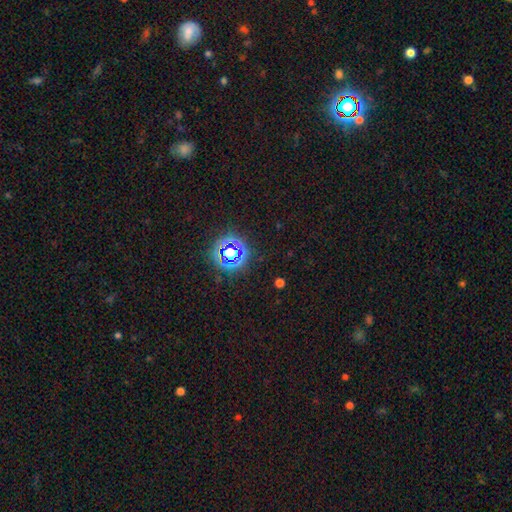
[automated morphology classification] smooth-or-featured: star or artifact: 76% | smooth: 17% | featured or disk: 7%